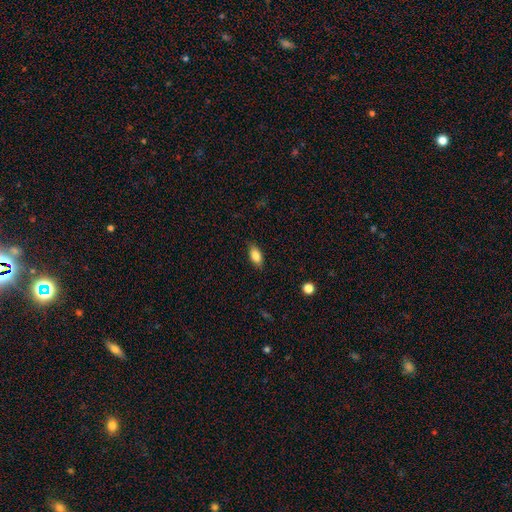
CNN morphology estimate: Q: Smooth or featured?
A: smooth (84%); runner-up: featured or disk (8%)
Q: How rounded?
A: in between (88%); runner-up: cigar-shaped (7%)
Q: Merging?
A: none (84%); runner-up: minor disturbance (12%)